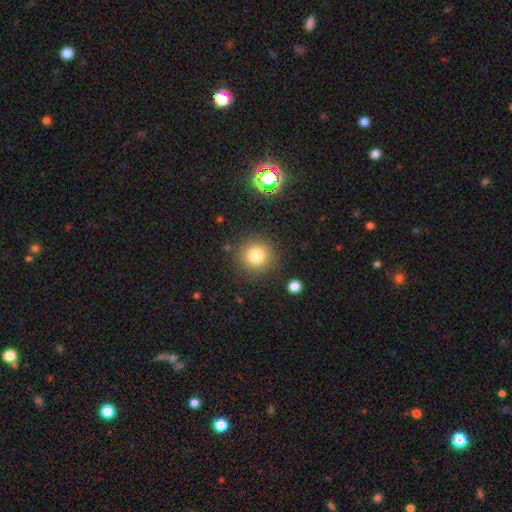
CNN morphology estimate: Smooth or featured: smooth — 80% (star or artifact — 12%)
How rounded: round — 92% (in between — 7%)
Merging: none — 86% (minor disturbance — 8%)